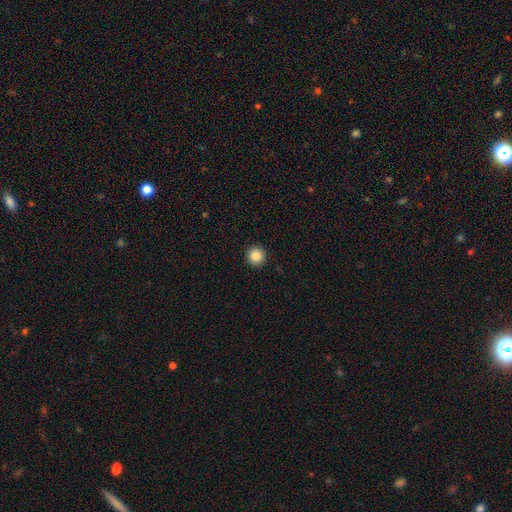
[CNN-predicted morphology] Smooth or featured? smooth (86%)
How rounded? round (96%)
Merging? none (93%)